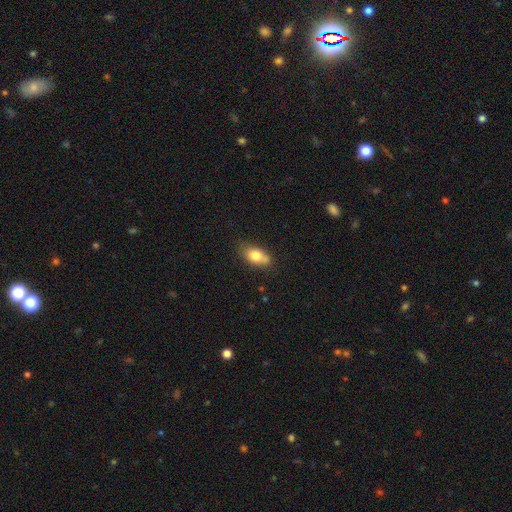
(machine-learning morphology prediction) The model was most divided on "merging": none: 63%, minor disturbance: 24%, merger: 7%, major disturbance: 5%. More confident: how rounded — in between (84%); smooth or featured — smooth (77%).